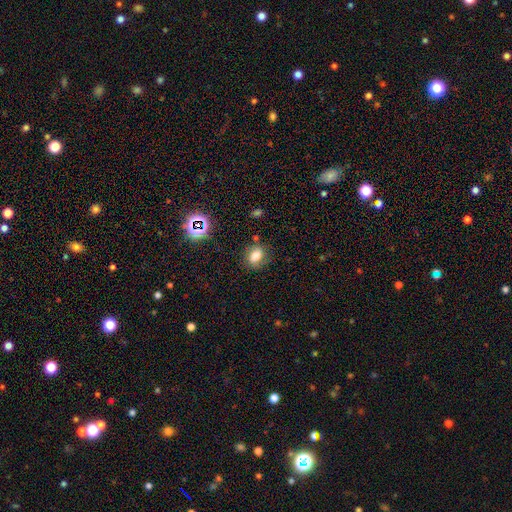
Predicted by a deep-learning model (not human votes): Smooth or featured: smooth — 68% (featured or disk — 16%)
How rounded: in between — 62% (round — 37%)
Merging: none — 74% (minor disturbance — 17%)